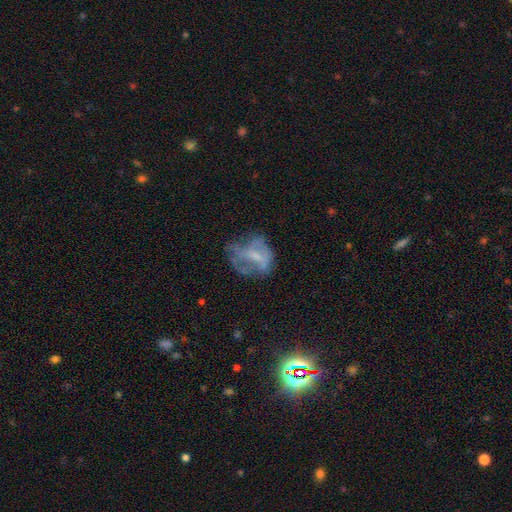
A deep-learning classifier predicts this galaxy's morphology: This is possibly a featured or disk galaxy (55%). It is clearly not viewed edge-on (97%). Bar: likely no (60%). Spiral arm pattern: likely no (68%). Central bulge: marginally small (38%). Merging: marginally none (43%).